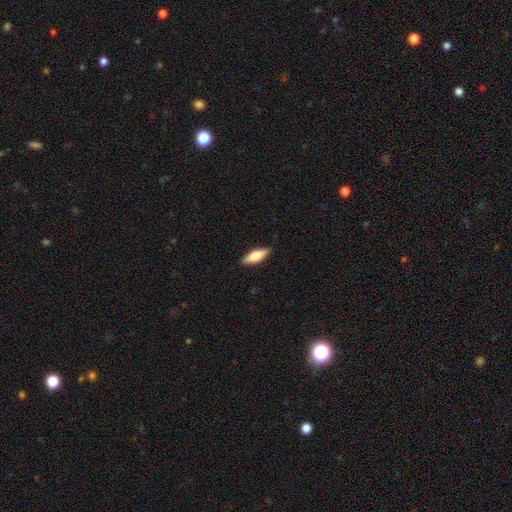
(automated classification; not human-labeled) Smooth or featured: smooth — 68% (featured or disk — 26%)
How rounded: in between — 59% (cigar-shaped — 39%)
Merging: none — 87% (minor disturbance — 10%)